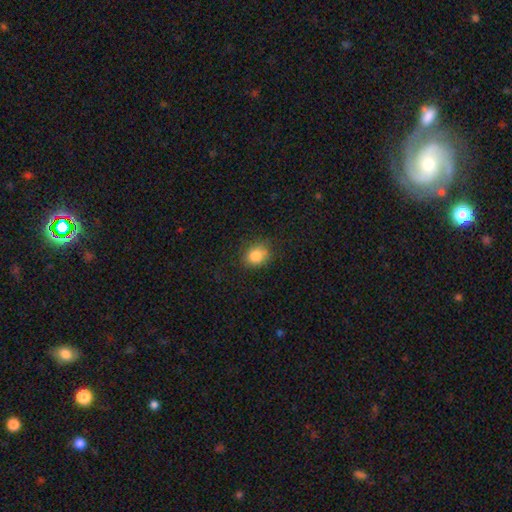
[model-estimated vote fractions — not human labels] This appears to be a smooth galaxy with no disk features (83%) that is round (61%). Merging: none (68%).